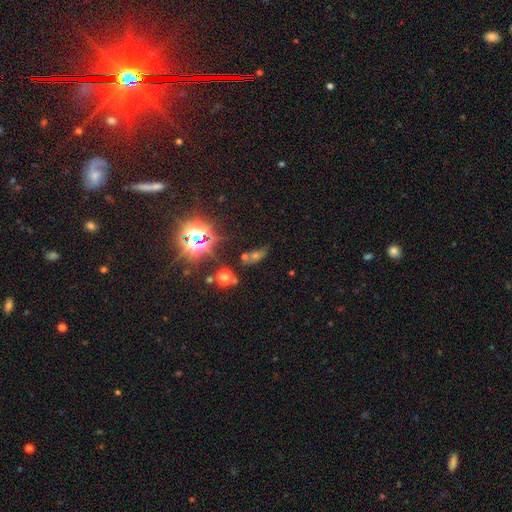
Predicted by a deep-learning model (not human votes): smooth-or-featured: star or artifact: 55% | smooth: 29% | featured or disk: 16%